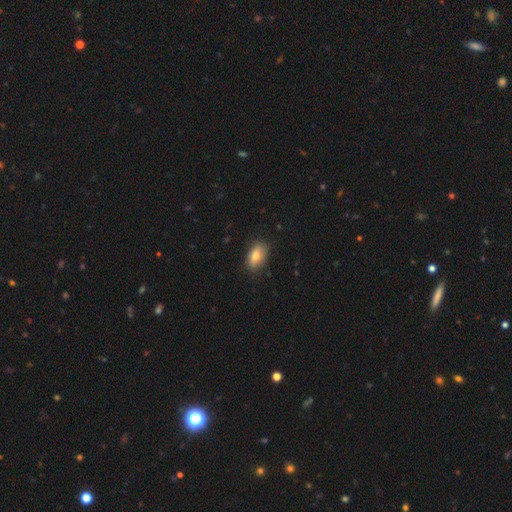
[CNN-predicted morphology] Smooth or featured? smooth (78%)
How rounded? in between (88%)
Merging? none (80%)